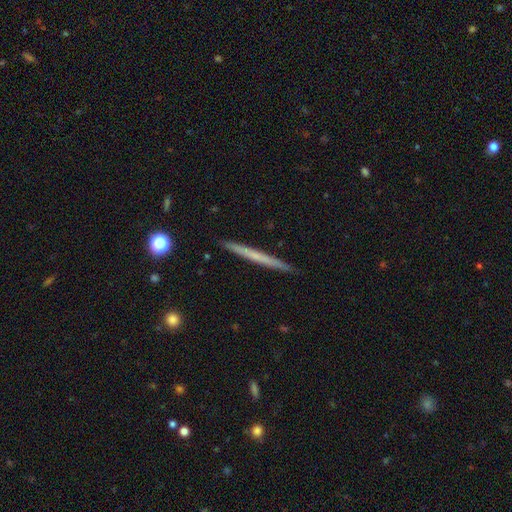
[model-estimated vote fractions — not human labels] Smooth or featured: featured or disk — 48% (smooth — 47%)
Merging: none — 92% (minor disturbance — 6%)